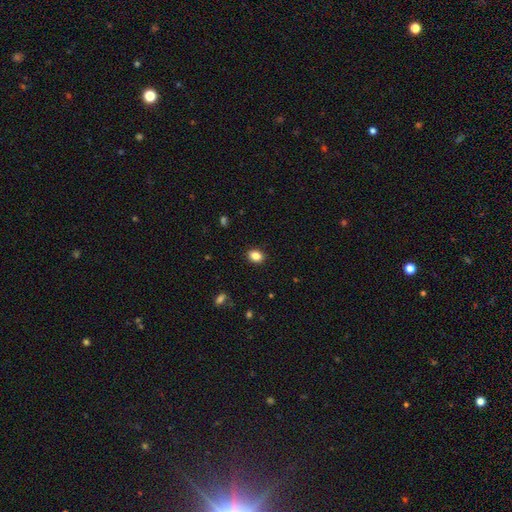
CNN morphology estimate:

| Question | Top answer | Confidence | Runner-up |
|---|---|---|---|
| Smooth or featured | smooth | 85% | star or artifact (10%) |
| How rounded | in between | 64% | round (35%) |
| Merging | none | 90% | minor disturbance (7%) |